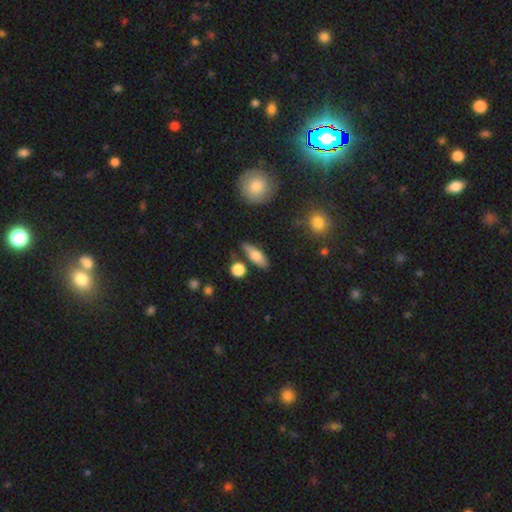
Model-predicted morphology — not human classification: Smooth or featured?
  - smooth: 72% *
  - featured or disk: 21%
  - star or artifact: 7%
How rounded?
  - in between: 63% *
  - cigar-shaped: 32%
  - round: 5%
Merging?
  - none: 78% *
  - minor disturbance: 13%
  - merger: 6%
  - major disturbance: 3%